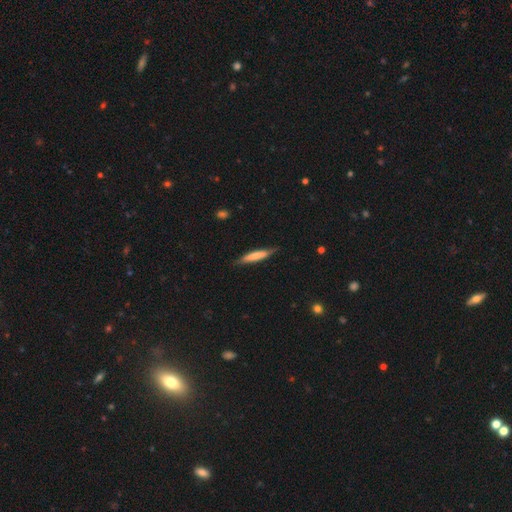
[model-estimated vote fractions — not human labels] The model was most divided on "smooth or featured": smooth: 66%, featured or disk: 29%, star or artifact: 5%. More confident: how rounded — cigar-shaped (91%); merging — none (79%).